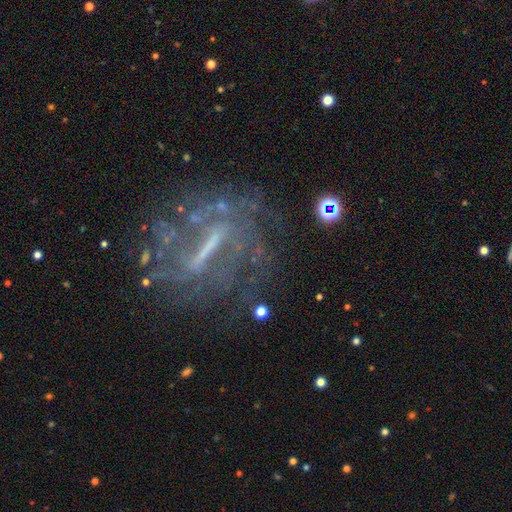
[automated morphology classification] A featured or disk galaxy (73%) with a strong bar (64%), spiral arms (55%) and no central bulge (47%). Merging: none (63%).